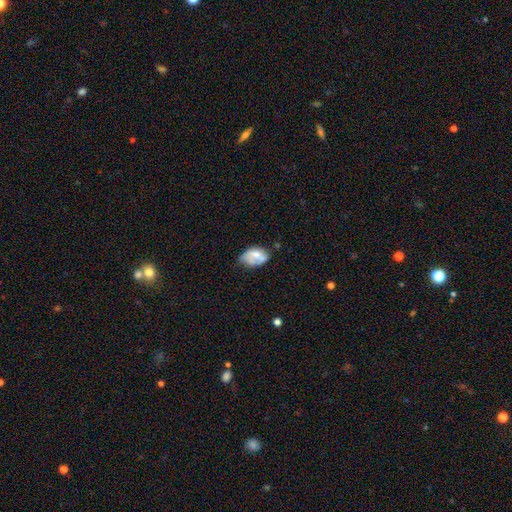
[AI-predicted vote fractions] Smooth or featured?
  - smooth: 60% *
  - featured or disk: 32%
  - star or artifact: 8%
How rounded?
  - in between: 87% *
  - round: 11%
  - cigar-shaped: 2%
Merging?
  - minor disturbance: 34% *
  - none: 33%
  - merger: 17%
  - major disturbance: 16%